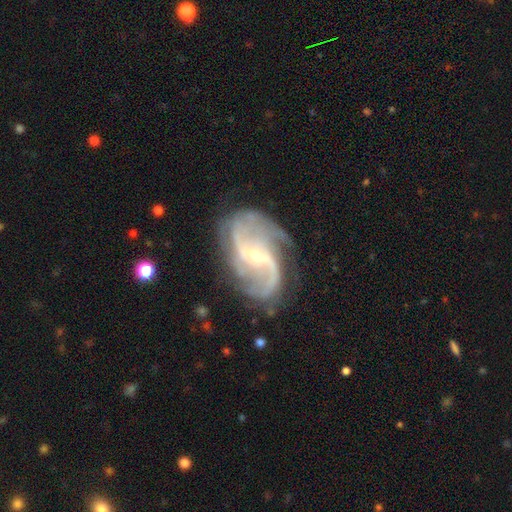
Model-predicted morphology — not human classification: Smooth or featured? featured or disk (91%)
Edge-on disk? no (97%)
Bar? weak (44%)
Spiral arms? yes (97%)
Spiral winding? loose (50%)
Spiral arm count? 2 (76%)
Bulge size? small (75%)
Merging? none (70%)